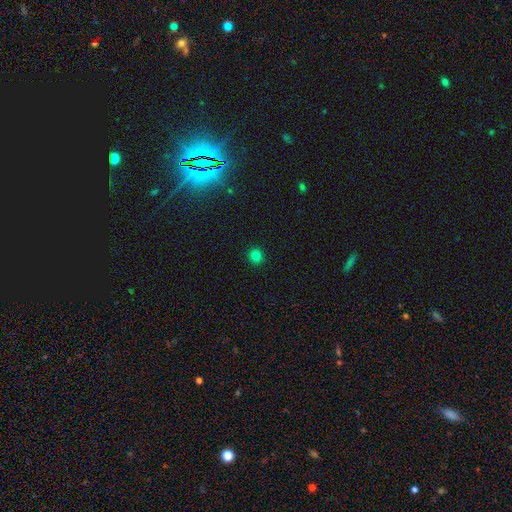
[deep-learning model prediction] Smooth or featured: smooth — 80% (star or artifact — 15%)
How rounded: round — 93% (in between — 6%)
Merging: none — 93% (minor disturbance — 5%)